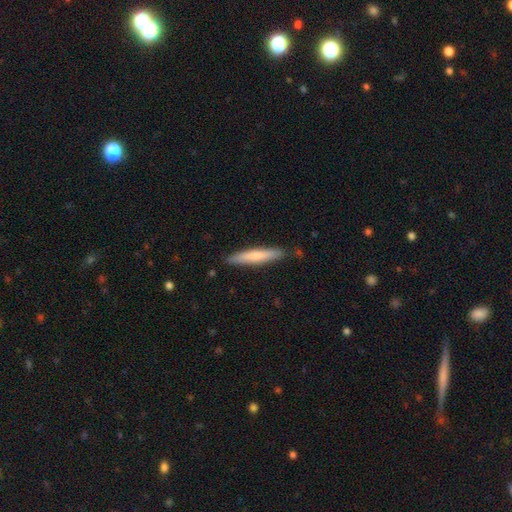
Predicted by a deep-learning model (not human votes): Smooth or featured: smooth — 69% (featured or disk — 26%)
How rounded: cigar-shaped — 93% (in between — 6%)
Merging: none — 87% (minor disturbance — 9%)